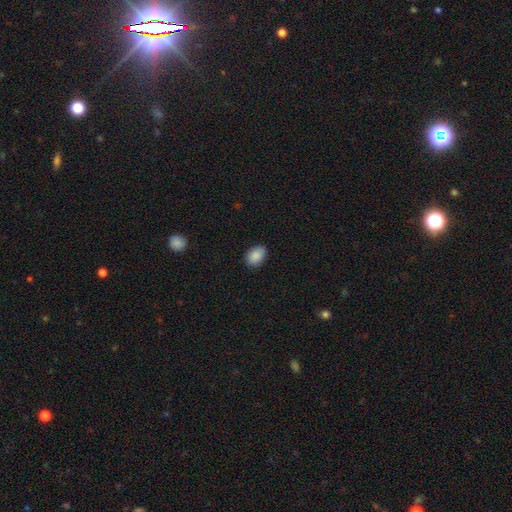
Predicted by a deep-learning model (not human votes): This is clearly a smooth galaxy (89%). How rounded: clearly in between (81%). Merging: clearly none (85%).